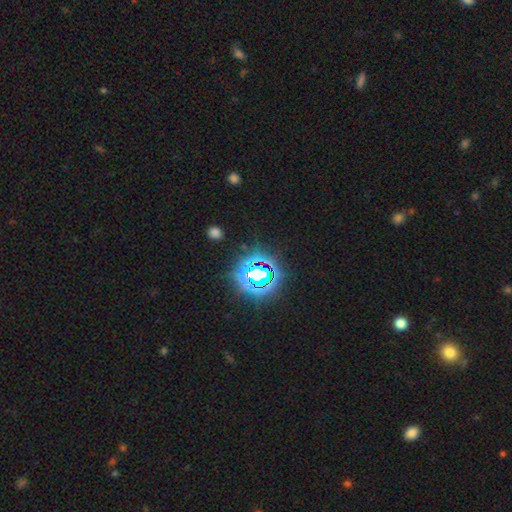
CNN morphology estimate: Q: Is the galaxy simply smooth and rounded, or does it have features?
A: star or artifact — 79%.